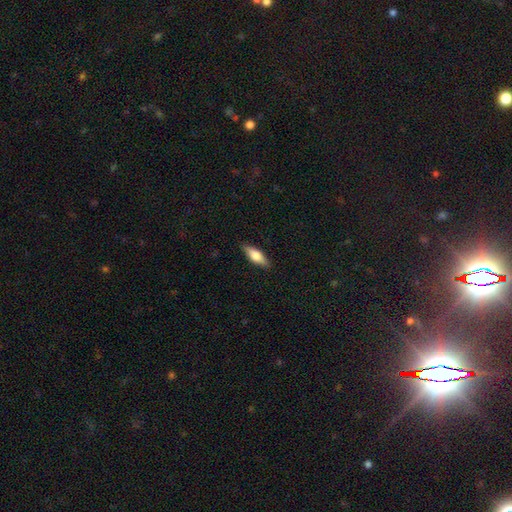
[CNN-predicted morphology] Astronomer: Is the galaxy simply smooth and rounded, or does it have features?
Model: smooth — 61%.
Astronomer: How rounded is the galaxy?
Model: in between — 58% (runner-up: cigar-shaped, 39%).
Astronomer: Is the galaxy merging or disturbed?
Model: none — 87%.